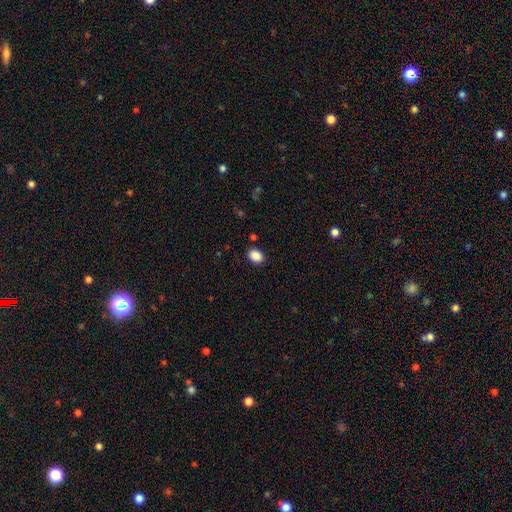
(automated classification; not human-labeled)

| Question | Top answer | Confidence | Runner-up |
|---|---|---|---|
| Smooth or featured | smooth | 89% | star or artifact (9%) |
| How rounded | in between | 66% | round (33%) |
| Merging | none | 88% | minor disturbance (8%) |